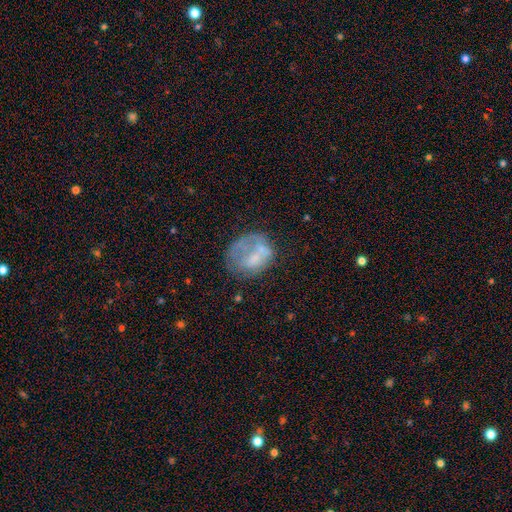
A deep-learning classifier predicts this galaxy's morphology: The model was most divided on "smooth or featured": smooth: 47%, featured or disk: 42%, star or artifact: 10%. Remaining: merging — none (42%).